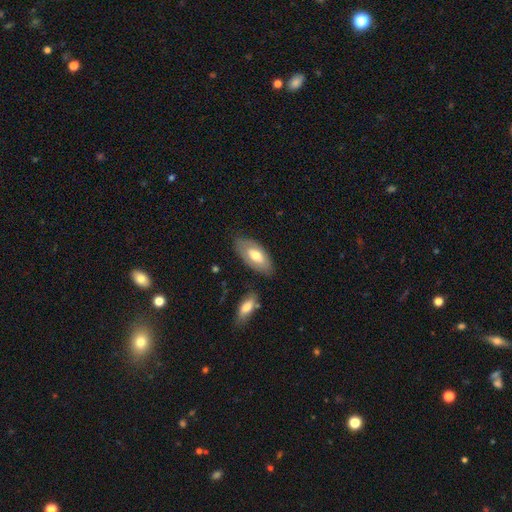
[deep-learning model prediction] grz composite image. It shows a smooth galaxy with no disk features (59%) that is in between round and cigar-shaped (90%). Merging: none (76%).